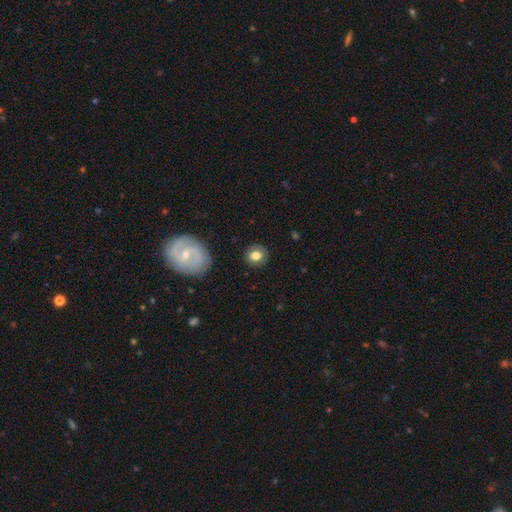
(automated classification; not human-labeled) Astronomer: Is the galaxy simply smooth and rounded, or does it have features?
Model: smooth — 77%.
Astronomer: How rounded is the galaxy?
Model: round — 81%.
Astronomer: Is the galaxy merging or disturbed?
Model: none — 88%.